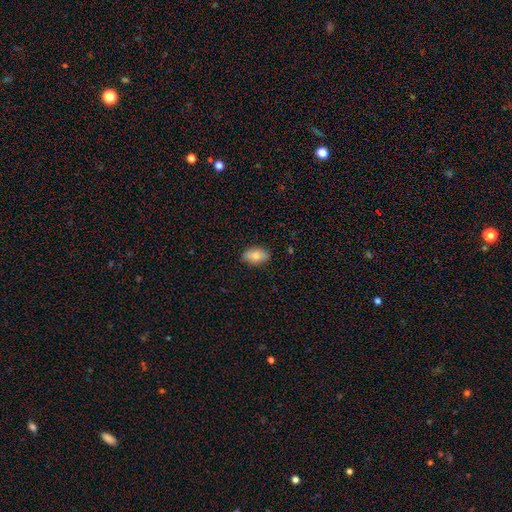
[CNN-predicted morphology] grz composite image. It shows a smooth galaxy with no disk features (79%) that is in between round and cigar-shaped (90%). Merging: none (86%).